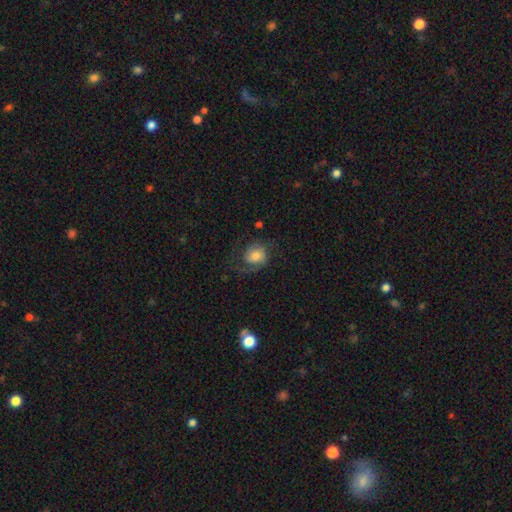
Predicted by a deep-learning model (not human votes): This is possibly a featured or disk galaxy (54%). It is clearly not viewed edge-on (98%). Bar: likely no (70%). Spiral arm pattern: clearly yes (89%). Central bulge: marginally moderate (37%). Merging: possibly none (58%).